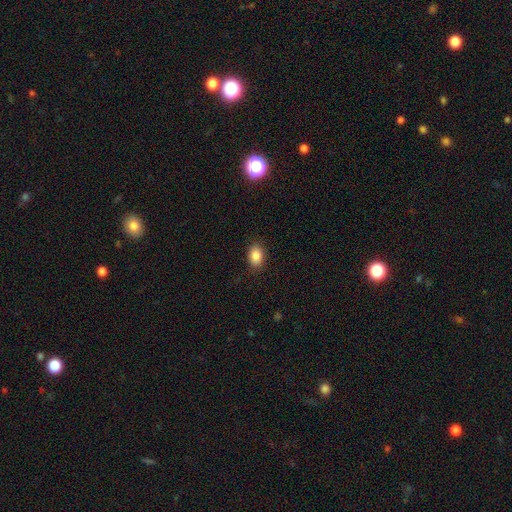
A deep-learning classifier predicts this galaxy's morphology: A smooth galaxy with no disk features (87%) that is in between round and cigar-shaped (82%).

Vote fractions:
- Smooth or featured? smooth: 87% / star or artifact: 8% / featured or disk: 4%
- How rounded? in between: 82% / round: 17% / cigar-shaped: 1%
- Merging? none: 87% / minor disturbance: 10% / major disturbance: 3% / merger: 1%